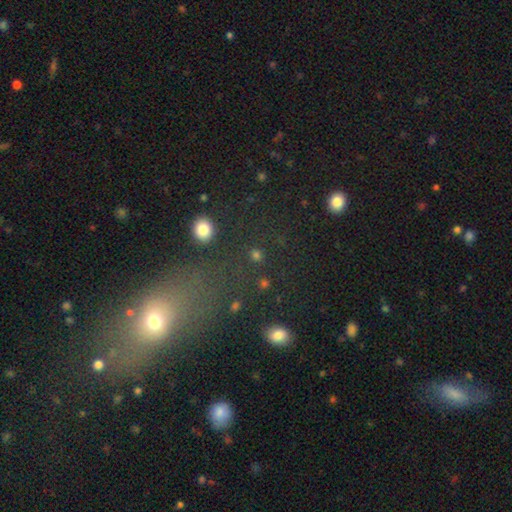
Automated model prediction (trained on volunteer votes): Smooth or featured: smooth — 67% (star or artifact — 25%)
How rounded: round — 83% (in between — 15%)
Merging: none — 82% (minor disturbance — 8%)